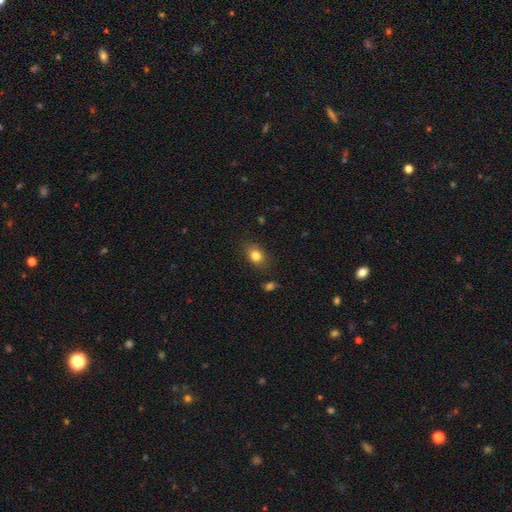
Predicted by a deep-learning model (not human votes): This is clearly a smooth galaxy (82%). How rounded: likely in between (62%). Merging: clearly none (80%).